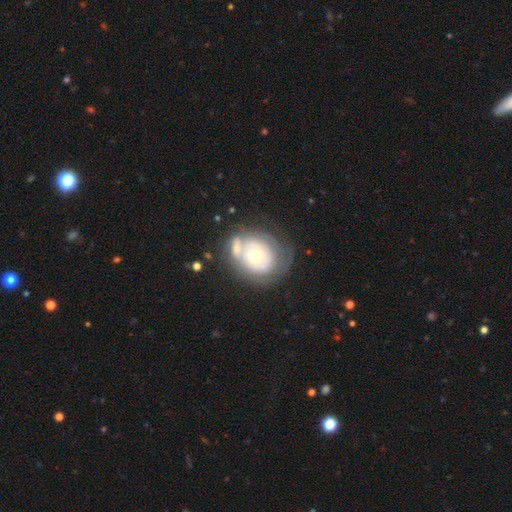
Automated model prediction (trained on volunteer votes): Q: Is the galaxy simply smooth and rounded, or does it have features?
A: featured or disk — 60%.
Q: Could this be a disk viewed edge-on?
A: no — 96%.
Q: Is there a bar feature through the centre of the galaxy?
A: no — 87%.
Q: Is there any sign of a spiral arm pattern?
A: no — 55%.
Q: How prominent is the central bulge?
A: moderate — 64%.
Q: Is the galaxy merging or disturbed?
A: none — 42%.